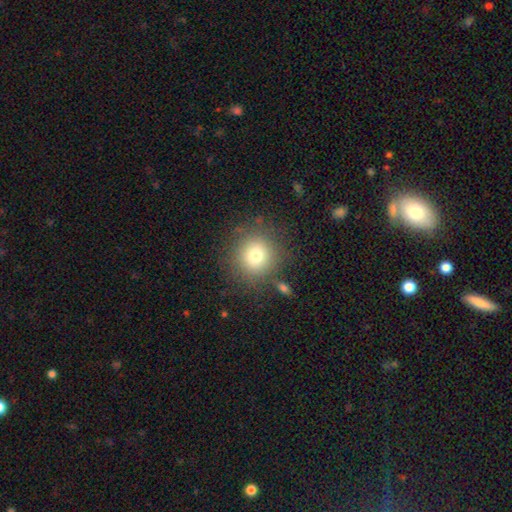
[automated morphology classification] A smooth galaxy with no disk features (76%) that is round (91%).

Vote fractions:
- Smooth or featured? smooth: 76% / star or artifact: 13% / featured or disk: 11%
- How rounded? round: 91% / in between: 8% / cigar-shaped: 1%
- Merging? none: 83% / minor disturbance: 9% / major disturbance: 4% / merger: 4%